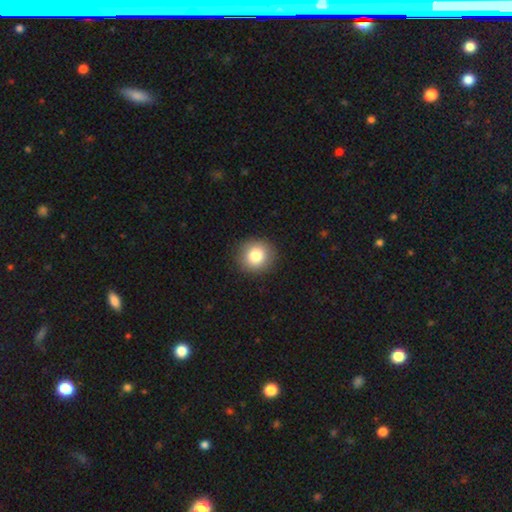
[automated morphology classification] Smooth or featured? Predicted: smooth (p=0.82). How rounded? Predicted: round (p=0.87). Merging? Predicted: none (p=0.91).